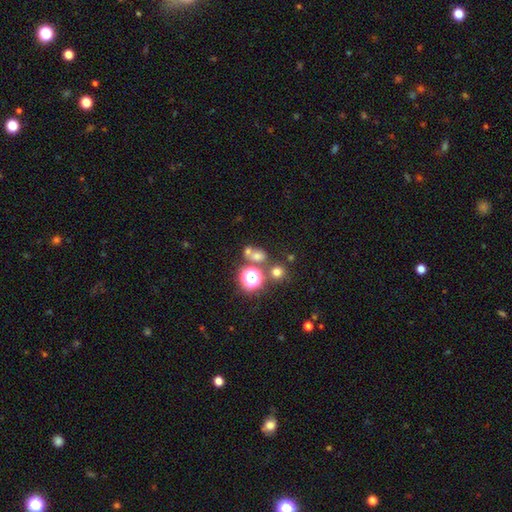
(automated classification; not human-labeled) This is possibly a smooth galaxy (59%). How rounded: likely round (65%). Merging: possibly none (55%).